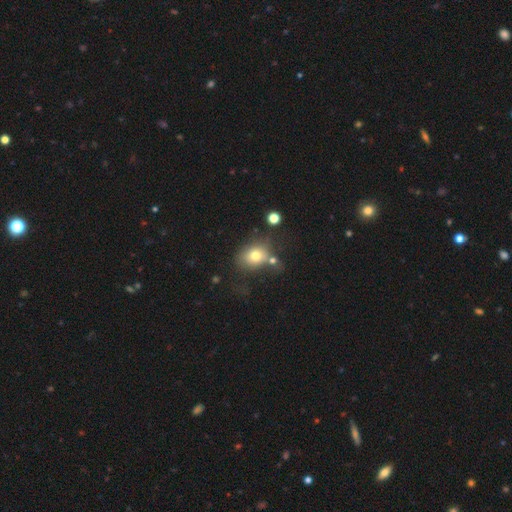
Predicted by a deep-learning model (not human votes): The model was most divided on "how rounded": in between: 50%, round: 49%, cigar-shaped: 1%. More confident: smooth or featured — smooth (72%); merging — none (50%).